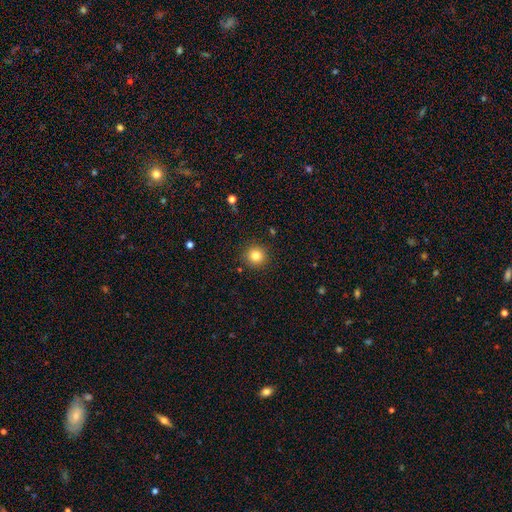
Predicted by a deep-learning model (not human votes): Smooth or featured? Predicted: smooth (p=0.82). How rounded? Predicted: round (p=0.94). Merging? Predicted: none (p=0.91).